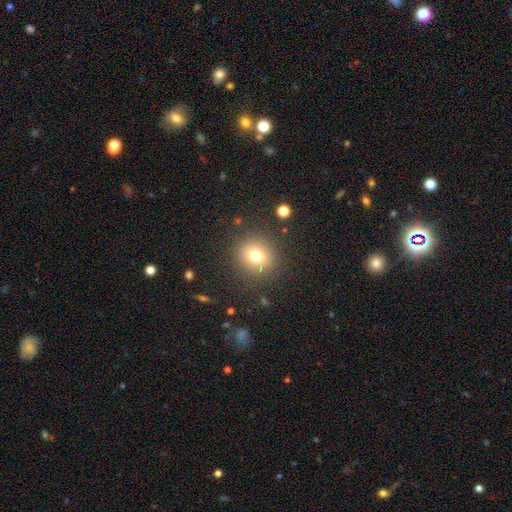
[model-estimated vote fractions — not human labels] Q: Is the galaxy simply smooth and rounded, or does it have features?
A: smooth — 74%.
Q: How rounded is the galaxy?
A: round — 88%.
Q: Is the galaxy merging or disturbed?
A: none — 87%.